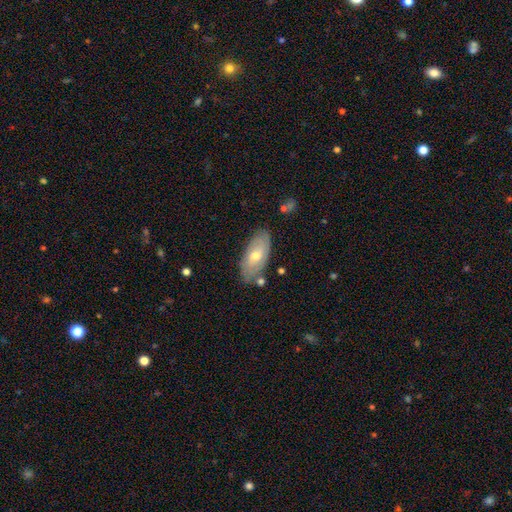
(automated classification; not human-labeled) Morphology: type=smooth (47%); merging=none (75%).